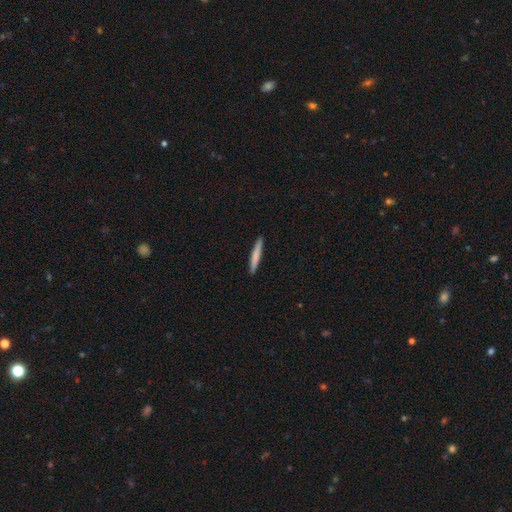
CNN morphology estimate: smooth_or_featured: smooth (p=0.74) [alt: featured or disk p=0.20]
how_rounded: cigar-shaped (p=0.96) [alt: in between p=0.03]
merging: none (p=0.92) [alt: minor disturbance p=0.05]